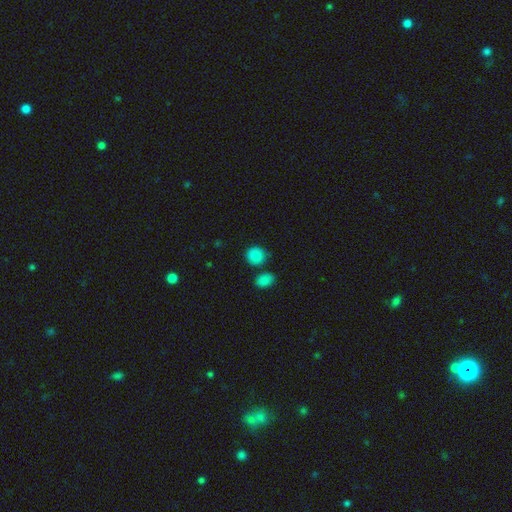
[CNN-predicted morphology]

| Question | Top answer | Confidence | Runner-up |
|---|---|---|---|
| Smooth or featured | smooth | 86% | star or artifact (10%) |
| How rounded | round | 81% | in between (17%) |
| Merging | none | 73% | minor disturbance (12%) |